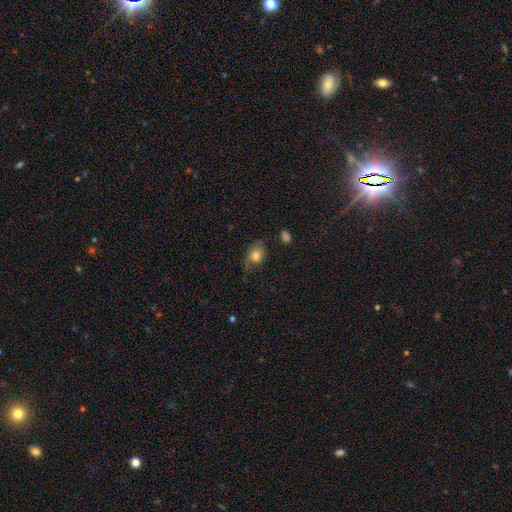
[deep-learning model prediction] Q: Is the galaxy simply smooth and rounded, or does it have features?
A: smooth — 75%.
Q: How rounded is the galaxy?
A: in between — 57%.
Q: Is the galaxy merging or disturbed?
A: none — 54%.